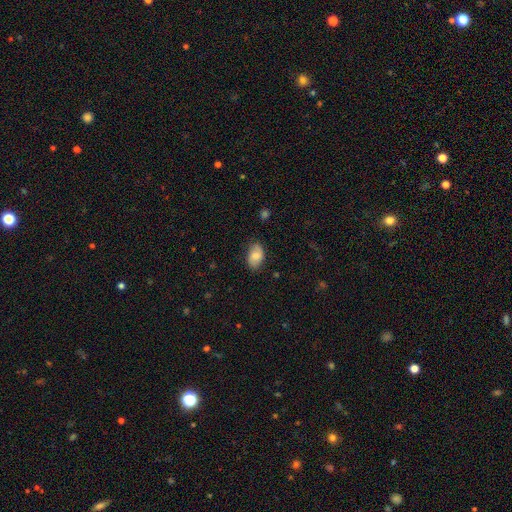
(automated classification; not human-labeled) Morphology: type=smooth (74%); roundness=in between (89%); merging=none (78%).